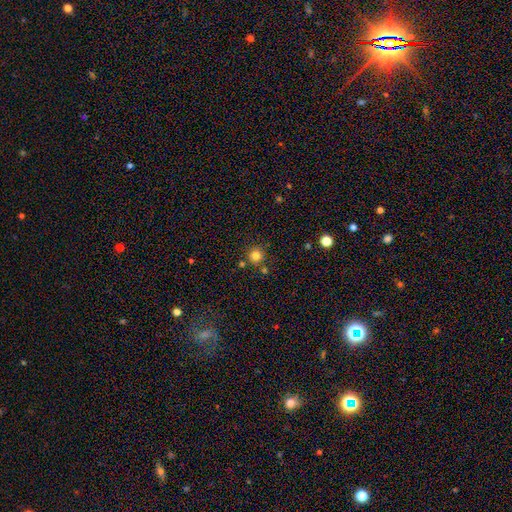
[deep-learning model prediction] Smooth or featured?
  - smooth: 81% *
  - star or artifact: 13%
  - featured or disk: 5%
How rounded?
  - round: 94% *
  - in between: 5%
  - cigar-shaped: 1%
Merging?
  - none: 79% *
  - merger: 9%
  - minor disturbance: 9%
  - major disturbance: 3%